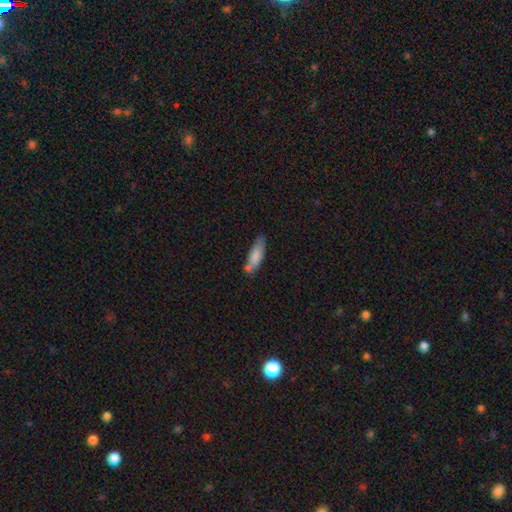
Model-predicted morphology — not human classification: smooth-or-featured: smooth: 80% | featured or disk: 14% | star or artifact: 7%
  how-rounded: cigar-shaped: 53% | in between: 45% | round: 2%
  merging: none: 59% | minor disturbance: 21% | merger: 15% | major disturbance: 5%